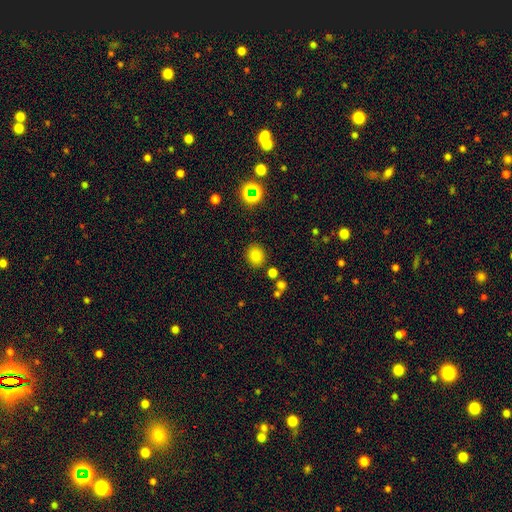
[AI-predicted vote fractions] smooth_or_featured: smooth (p=0.80) [alt: star or artifact p=0.16]
how_rounded: round (p=0.68) [alt: in between p=0.31]
merging: none (p=0.83) [alt: minor disturbance p=0.09]